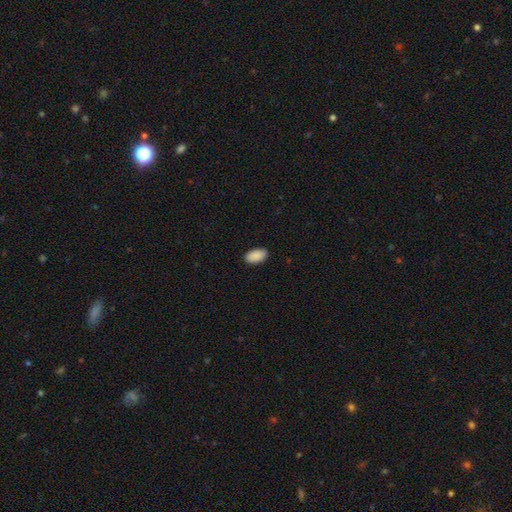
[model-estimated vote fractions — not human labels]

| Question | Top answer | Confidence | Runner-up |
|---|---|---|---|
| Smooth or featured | smooth | 91% | star or artifact (7%) |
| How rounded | in between | 95% | round (3%) |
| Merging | none | 89% | minor disturbance (8%) |